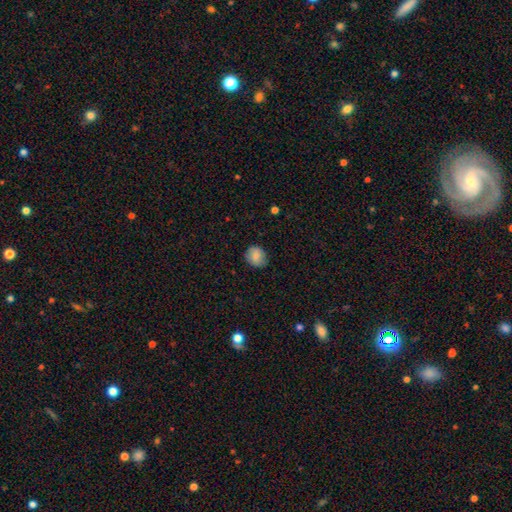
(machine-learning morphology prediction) Overall: smooth (84%). How rounded: round (68%; in between 31%). Merging: none (82%).